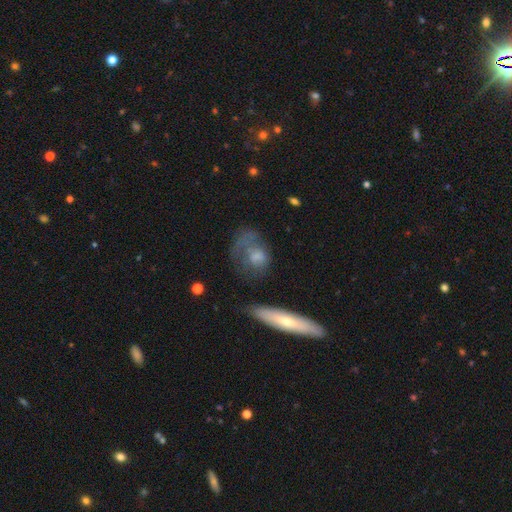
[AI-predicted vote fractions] This appears to be a smooth galaxy with no disk features (54%) that is in between round and cigar-shaped (59%). Merging: major disturbance (37%).